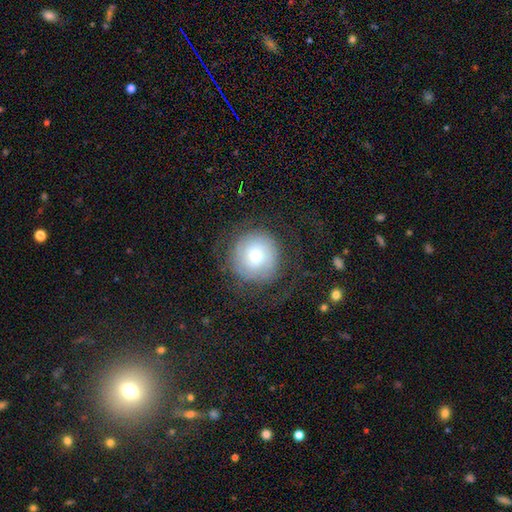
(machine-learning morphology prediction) Smooth or featured? featured or disk (55%)
Edge-on disk? no (97%)
Bar? no (80%)
Spiral arms? yes (78%)
Bulge size? moderate (62%)
Merging? none (73%)